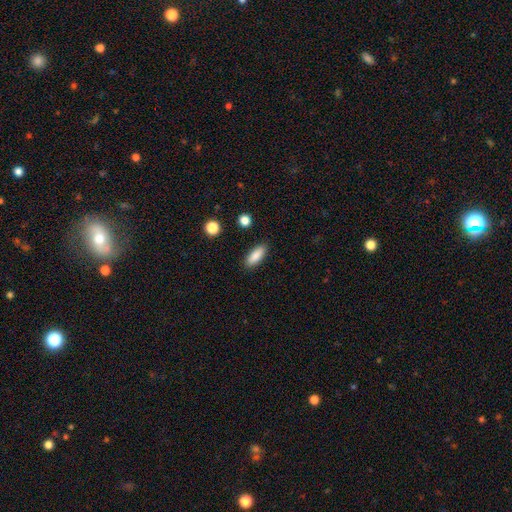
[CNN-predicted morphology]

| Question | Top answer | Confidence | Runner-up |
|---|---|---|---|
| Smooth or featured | smooth | 86% | featured or disk (7%) |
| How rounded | in between | 74% | cigar-shaped (23%) |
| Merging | none | 88% | minor disturbance (8%) |